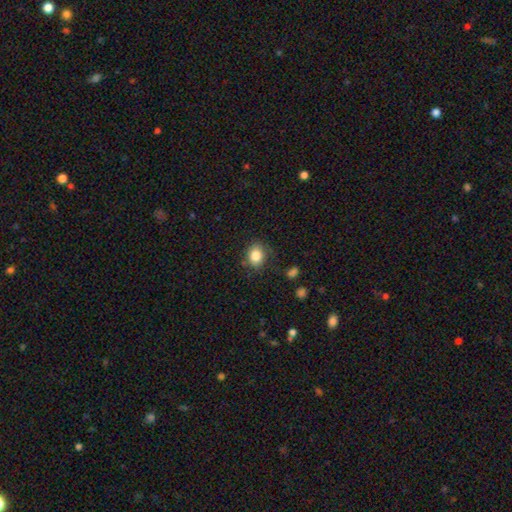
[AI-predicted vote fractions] Smooth or featured? smooth (84%)
How rounded? round (58%)
Merging? none (81%)